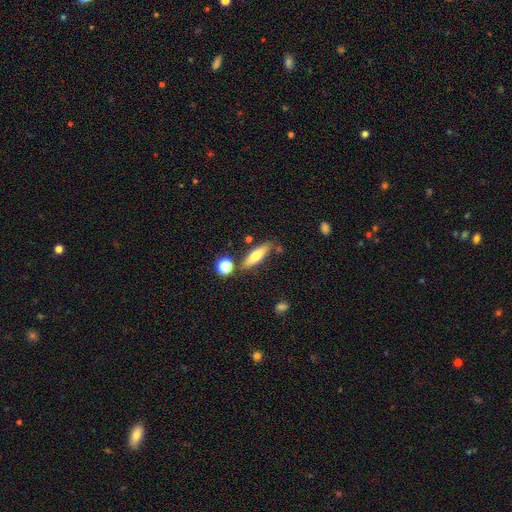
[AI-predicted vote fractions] smooth 60%, featured or disk 32%, star or artifact 8%. Down the decision tree: how rounded — cigar-shaped (62%); merging — none (77%).